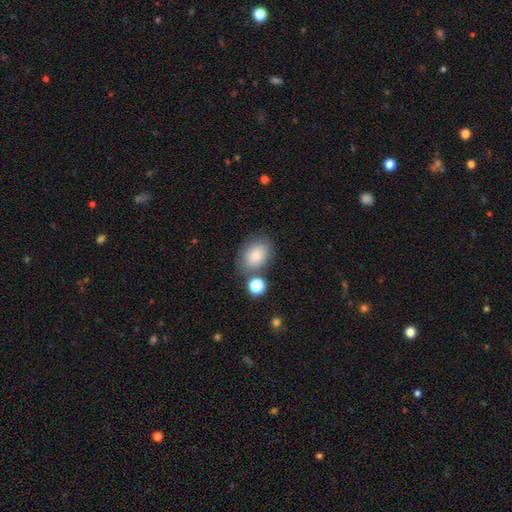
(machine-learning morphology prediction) smooth_or_featured: smooth (p=0.83) [alt: featured or disk p=0.09]
how_rounded: in between (p=0.80) [alt: round p=0.19]
merging: none (p=0.70) [alt: minor disturbance p=0.15]